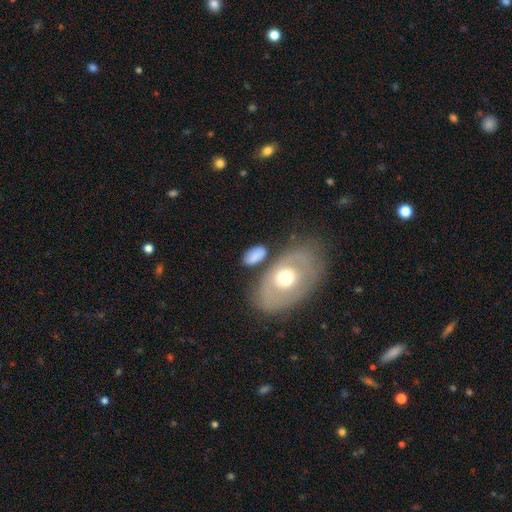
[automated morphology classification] Q: Smooth or featured?
A: smooth (68%); runner-up: featured or disk (25%)
Q: How rounded?
A: in between (91%); runner-up: round (7%)
Q: Merging?
A: none (61%); runner-up: minor disturbance (18%)